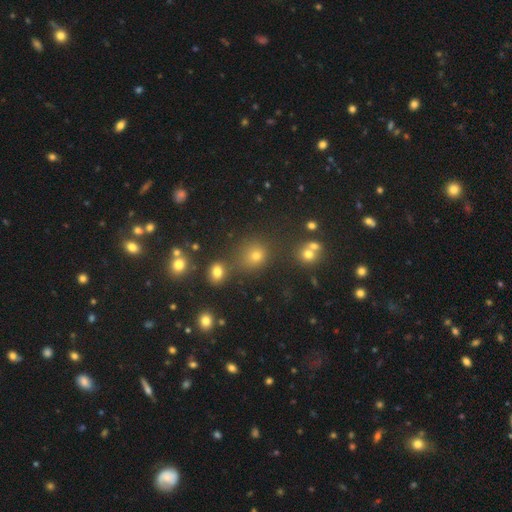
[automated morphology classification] This appears to be a smooth galaxy with no disk features (54%) that is round (89%). Merging: none (80%).